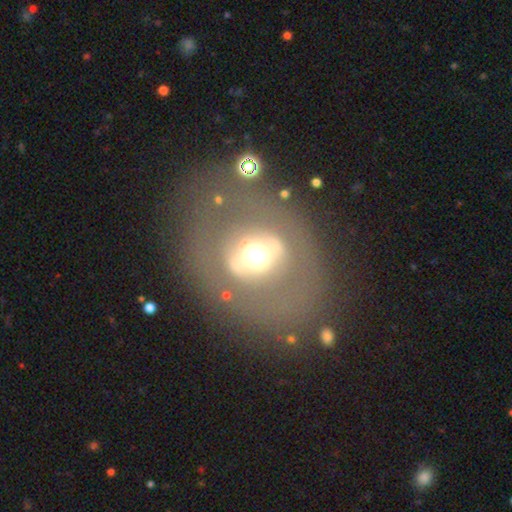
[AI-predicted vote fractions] smooth_or_featured: smooth (p=0.43) [alt: featured or disk p=0.42]
merging: none (p=0.69) [alt: major disturbance p=0.14]